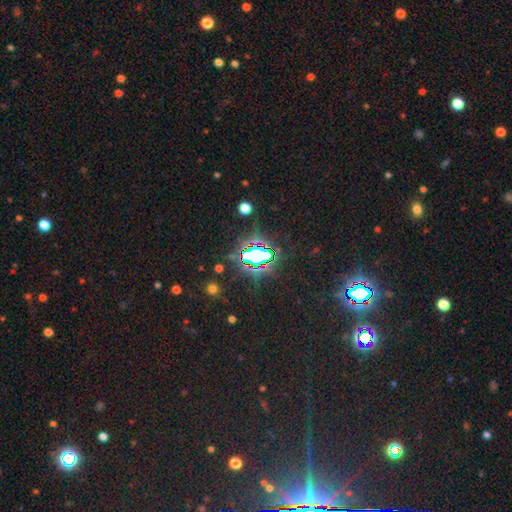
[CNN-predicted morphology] The model was most divided on "smooth or featured": star or artifact: 71%, smooth: 18%, featured or disk: 11%.